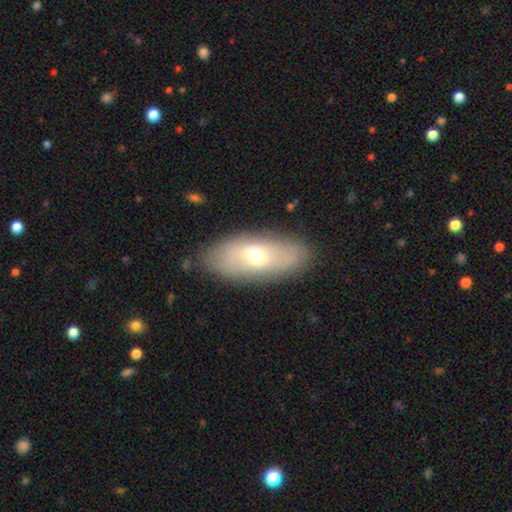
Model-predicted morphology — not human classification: The model was most divided on "smooth or featured": smooth: 55%, featured or disk: 37%, star or artifact: 8%. More confident: how rounded — in between (84%); merging — none (83%).